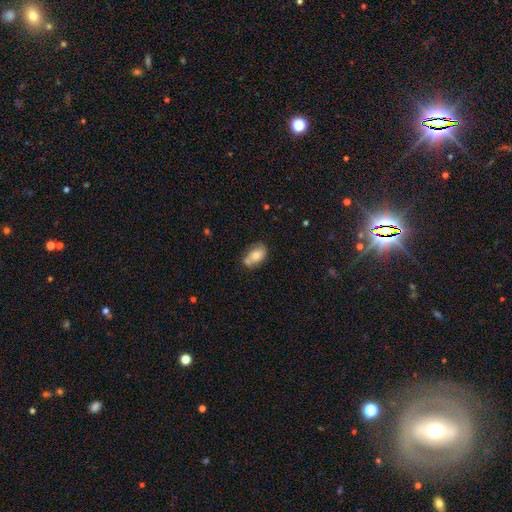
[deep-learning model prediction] A smooth galaxy with no disk features (71%) that is in between round and cigar-shaped (88%).

Vote fractions:
- Smooth or featured? smooth: 71% / featured or disk: 22% / star or artifact: 8%
- How rounded? in between: 88% / round: 9% / cigar-shaped: 2%
- Merging? none: 54% / minor disturbance: 25% / merger: 15% / major disturbance: 6%